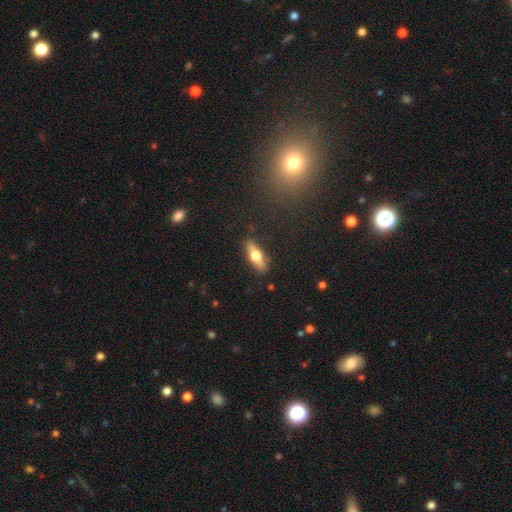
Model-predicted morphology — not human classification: The model was most divided on "smooth or featured": smooth: 50%, featured or disk: 44%, star or artifact: 6%. More confident: merging — none (87%).